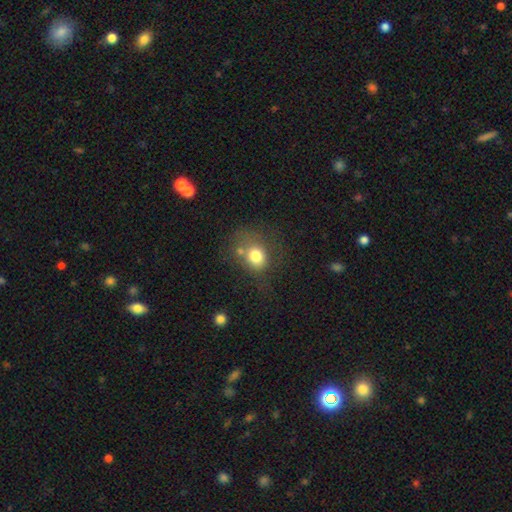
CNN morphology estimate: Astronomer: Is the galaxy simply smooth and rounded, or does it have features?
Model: smooth — 76%.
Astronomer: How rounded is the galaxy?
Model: round — 64%.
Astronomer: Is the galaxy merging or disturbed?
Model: none — 49%.